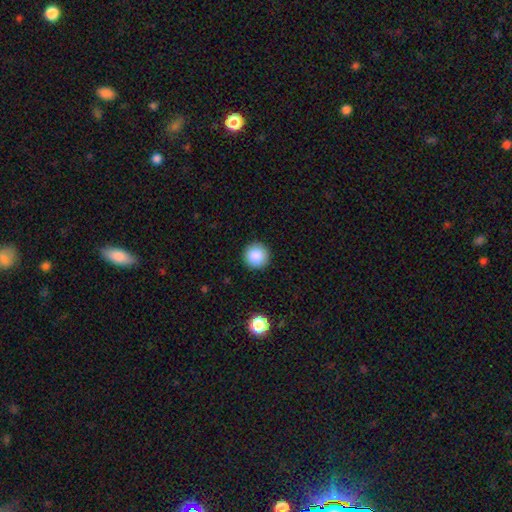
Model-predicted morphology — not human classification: A smooth galaxy with no disk features (86%) that is round (96%).

Vote fractions:
- Smooth or featured? smooth: 86% / star or artifact: 9% / featured or disk: 4%
- How rounded? round: 96% / in between: 3% / cigar-shaped: 1%
- Merging? none: 92% / minor disturbance: 5% / major disturbance: 2% / merger: 1%